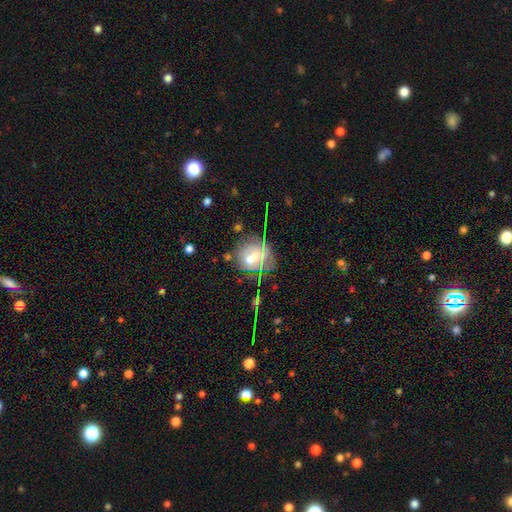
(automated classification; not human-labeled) Smooth or featured? Predicted: featured or disk (p=0.39). Merging? Predicted: none (p=0.60).